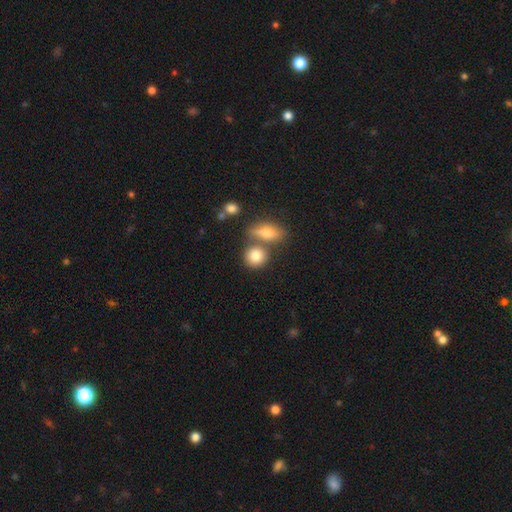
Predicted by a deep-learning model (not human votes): A smooth galaxy with no disk features (81%) that is round (76%).

Vote fractions:
- Smooth or featured? smooth: 81% / featured or disk: 11% / star or artifact: 9%
- How rounded? round: 76% / in between: 21% / cigar-shaped: 3%
- Merging? none: 60% / merger: 26% / minor disturbance: 10% / major disturbance: 4%